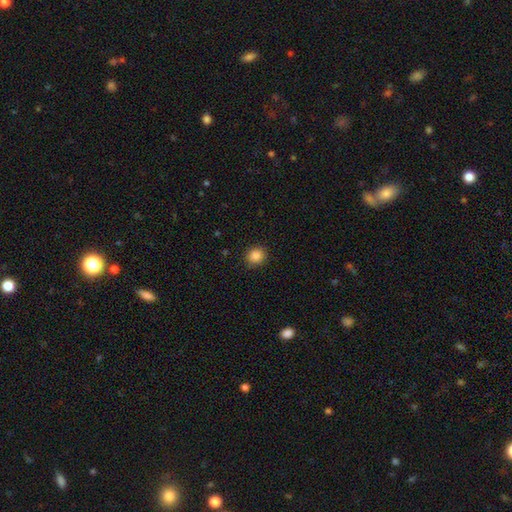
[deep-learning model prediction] Q: Smooth or featured?
A: smooth (87%); runner-up: star or artifact (10%)
Q: How rounded?
A: round (83%); runner-up: in between (16%)
Q: Merging?
A: none (91%); runner-up: minor disturbance (6%)